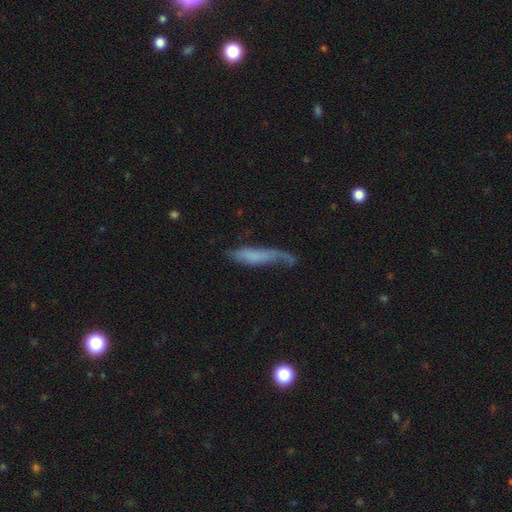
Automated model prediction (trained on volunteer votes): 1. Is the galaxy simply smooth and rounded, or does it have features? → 54% smooth, 37% featured or disk, 9% star or artifact.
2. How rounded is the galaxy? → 78% cigar-shaped, 20% in between, 2% round.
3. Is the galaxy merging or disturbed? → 36% none, 30% minor disturbance, 29% major disturbance, 6% merger.